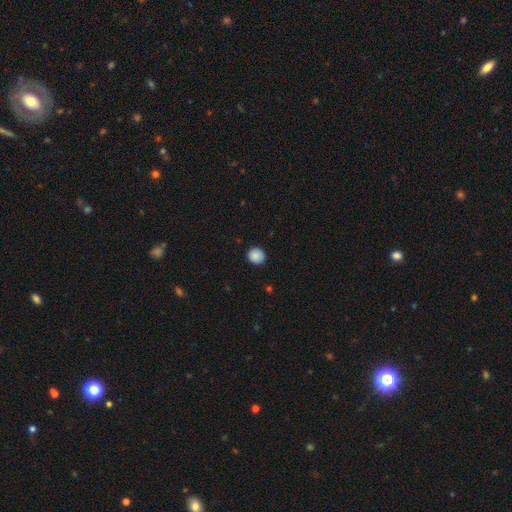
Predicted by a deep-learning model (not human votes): smooth_or_featured: smooth (p=0.88) [alt: star or artifact p=0.09]
how_rounded: round (p=0.91) [alt: in between p=0.08]
merging: none (p=0.90) [alt: minor disturbance p=0.07]